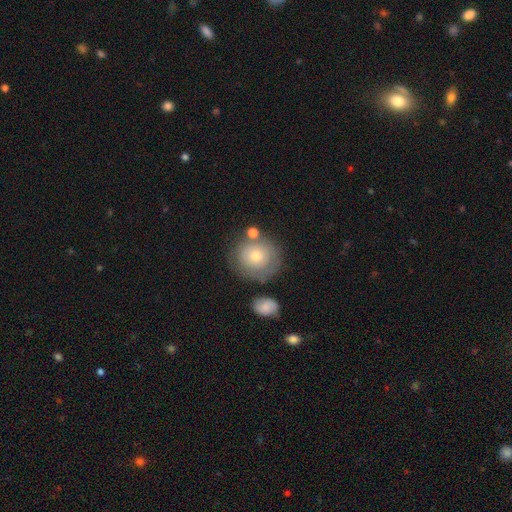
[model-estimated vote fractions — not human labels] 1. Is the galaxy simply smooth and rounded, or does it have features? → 66% smooth, 25% featured or disk, 9% star or artifact.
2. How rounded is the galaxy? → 88% round, 11% in between, 1% cigar-shaped.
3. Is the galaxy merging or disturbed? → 70% none, 16% minor disturbance, 9% merger, 6% major disturbance.